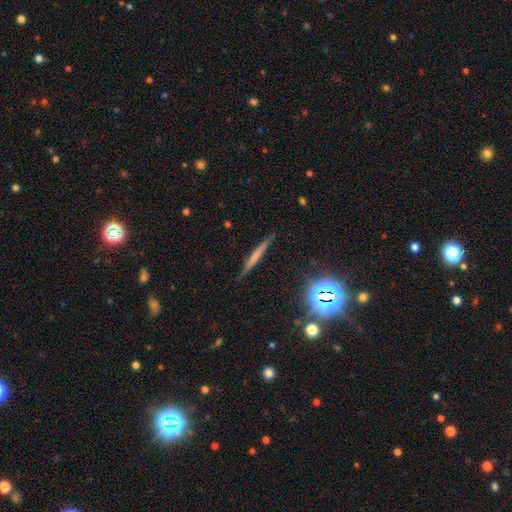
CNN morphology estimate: A smooth galaxy with no disk features (44%). Merging: none (86%).